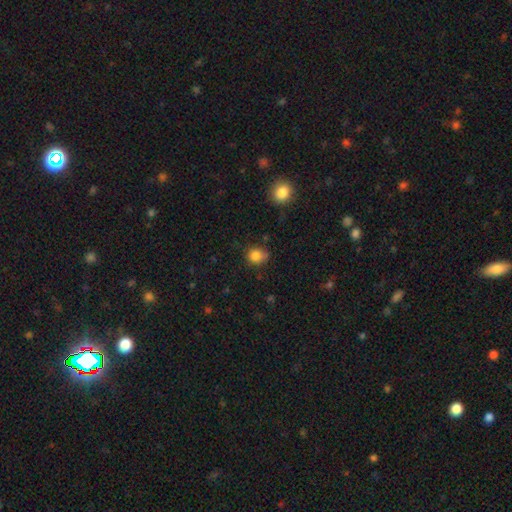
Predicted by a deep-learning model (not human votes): A smooth galaxy with no disk features (83%) that is round (68%). Merging: none (59%).